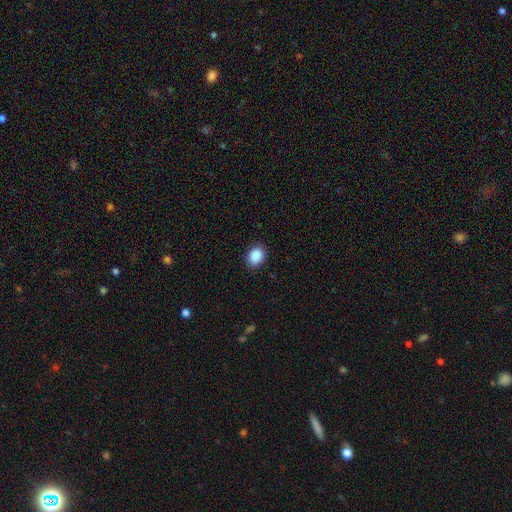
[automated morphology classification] smooth_or_featured: smooth (p=0.89) [alt: star or artifact p=0.08]
how_rounded: in between (p=0.53) [alt: round p=0.46]
merging: none (p=0.88) [alt: minor disturbance p=0.09]